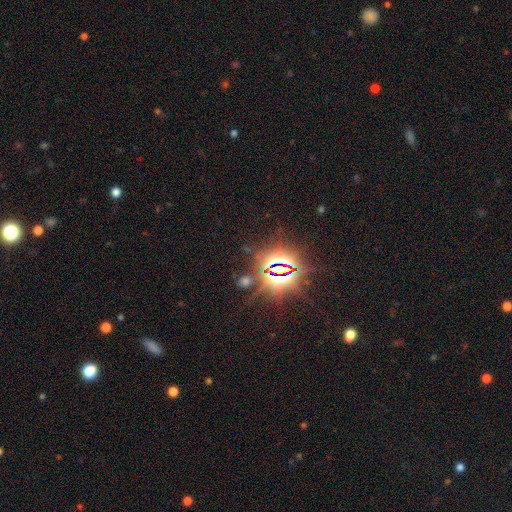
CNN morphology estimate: smooth_or_featured: star or artifact (p=0.83) [alt: smooth p=0.09]